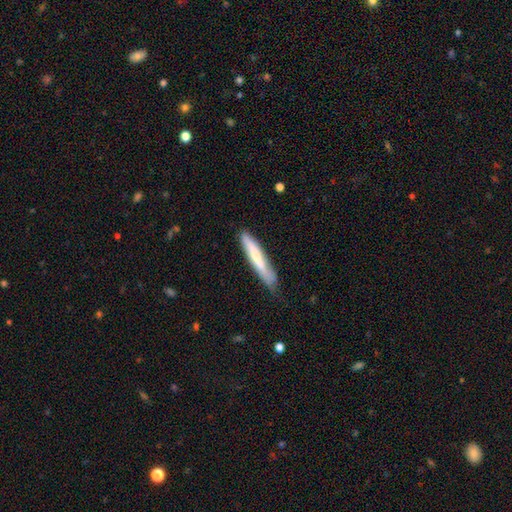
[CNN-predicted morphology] Smooth or featured: smooth — 57% (featured or disk — 34%)
How rounded: cigar-shaped — 94% (in between — 5%)
Merging: none — 84% (minor disturbance — 13%)